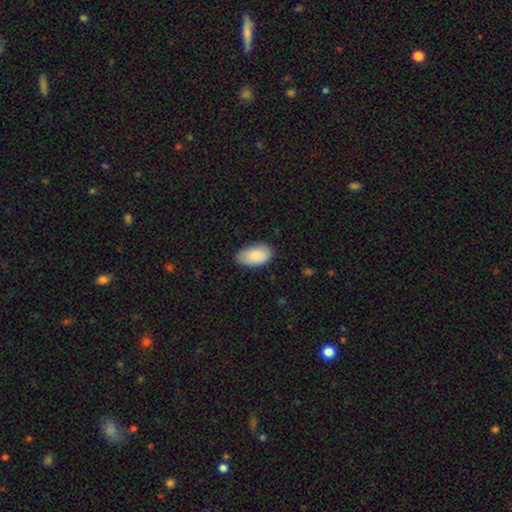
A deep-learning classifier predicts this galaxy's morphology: smooth-or-featured: smooth: 85% | featured or disk: 9% | star or artifact: 6%
  how-rounded: in between: 95% | round: 4% | cigar-shaped: 2%
  merging: none: 79% | minor disturbance: 17% | major disturbance: 3% | merger: 1%